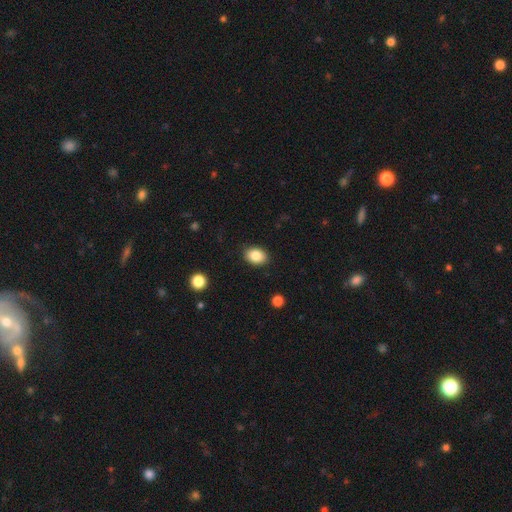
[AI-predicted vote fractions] This is clearly a smooth galaxy (87%). How rounded: likely in between (71%). Merging: clearly none (88%).